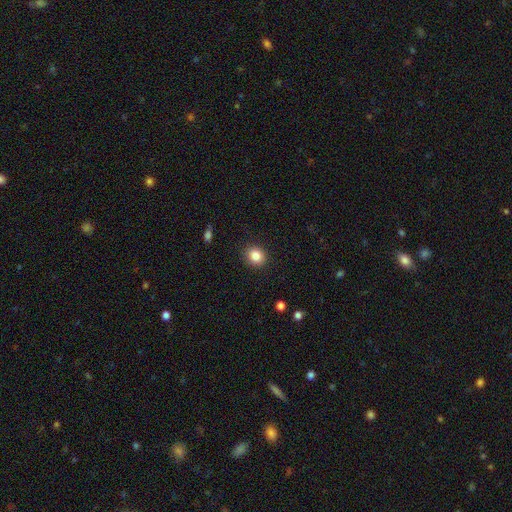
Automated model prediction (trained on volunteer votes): Overall: smooth (85%). How rounded: round (76%). Merging: none (90%).